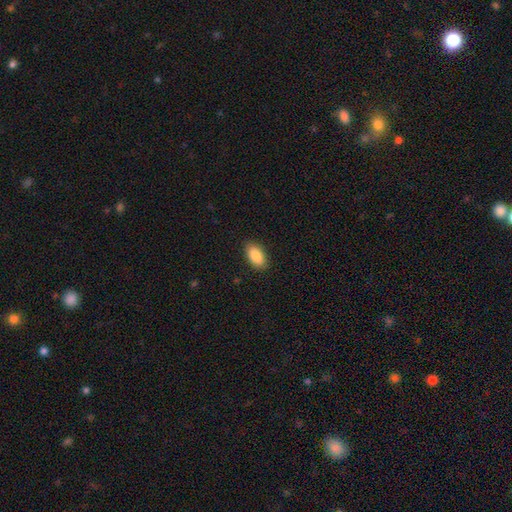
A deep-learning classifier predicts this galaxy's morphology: This is clearly a smooth galaxy (87%). How rounded: clearly in between (93%). Merging: clearly none (88%).